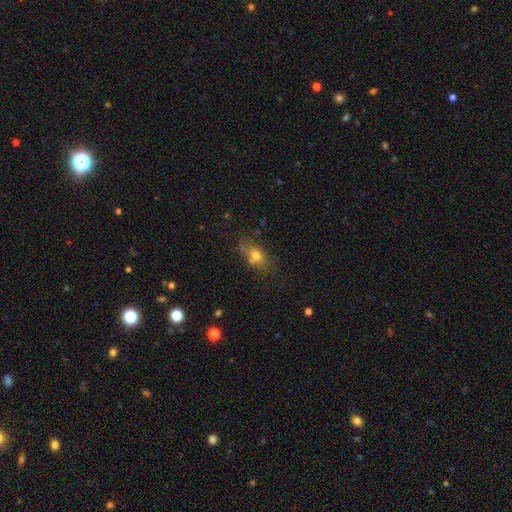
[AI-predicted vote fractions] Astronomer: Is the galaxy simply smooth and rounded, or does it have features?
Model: smooth — 73%.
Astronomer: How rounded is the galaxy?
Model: in between — 70%.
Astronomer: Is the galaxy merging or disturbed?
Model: none — 63%.